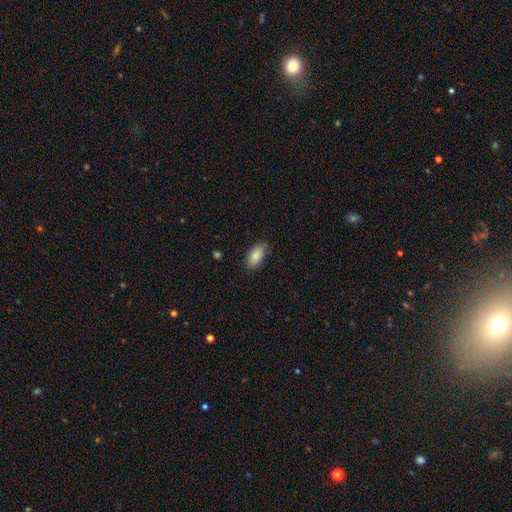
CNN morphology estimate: A smooth galaxy with no disk features (88%) that is in between round and cigar-shaped (92%). Merging: none (83%).